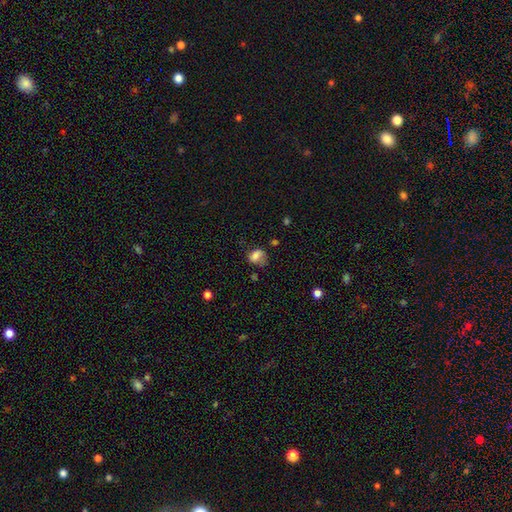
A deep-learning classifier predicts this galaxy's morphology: Smooth or featured?
  - smooth: 70% *
  - featured or disk: 19%
  - star or artifact: 11%
How rounded?
  - in between: 66% *
  - round: 32%
  - cigar-shaped: 2%
Merging?
  - none: 38% *
  - minor disturbance: 31%
  - major disturbance: 27%
  - merger: 5%